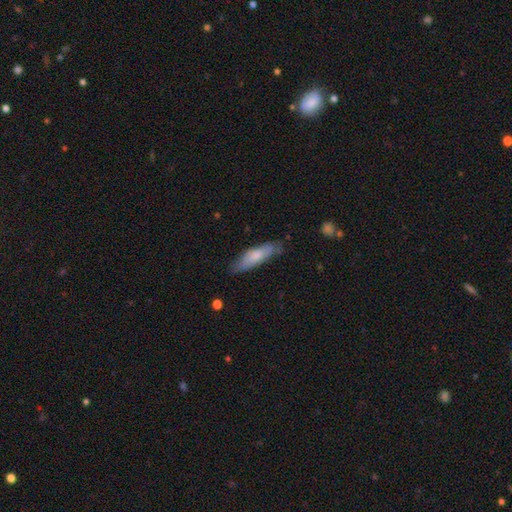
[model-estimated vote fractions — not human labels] Morphology: type=smooth (70%); roundness=cigar-shaped (57%); merging=none (72%).